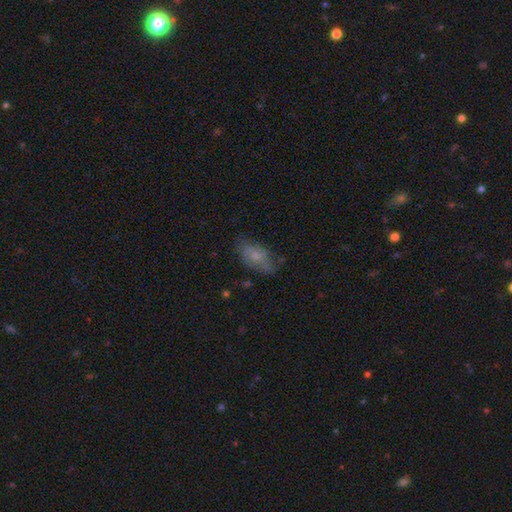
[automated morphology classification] A smooth galaxy with no disk features (65%) that is in between round and cigar-shaped (88%).

Vote fractions:
- Smooth or featured? smooth: 65% / featured or disk: 27% / star or artifact: 9%
- How rounded? in between: 88% / cigar-shaped: 8% / round: 5%
- Merging? none: 60% / minor disturbance: 26% / major disturbance: 12% / merger: 2%